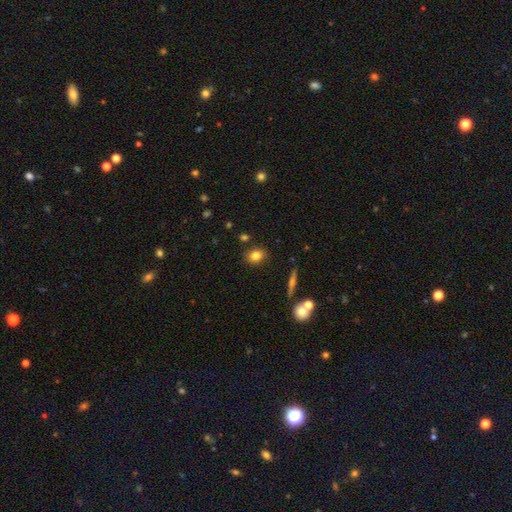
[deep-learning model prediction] Smooth or featured: smooth — 80% (star or artifact — 10%)
How rounded: round — 53% (in between — 45%)
Merging: none — 84% (minor disturbance — 10%)